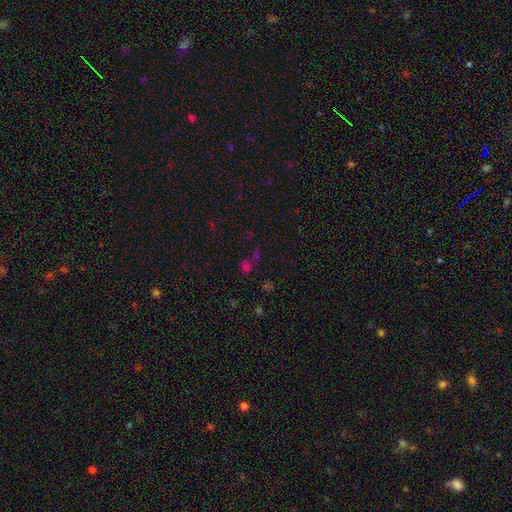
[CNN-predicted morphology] Q: Smooth or featured?
A: star or artifact (54%); runner-up: smooth (37%)